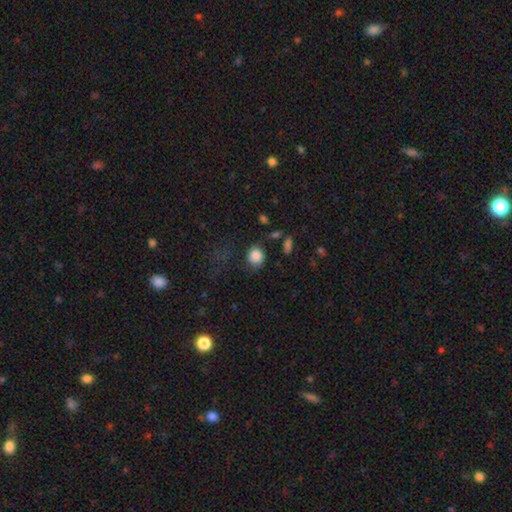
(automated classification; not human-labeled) This is clearly a smooth galaxy (85%). How rounded: likely round (76%). Merging: likely none (63%).